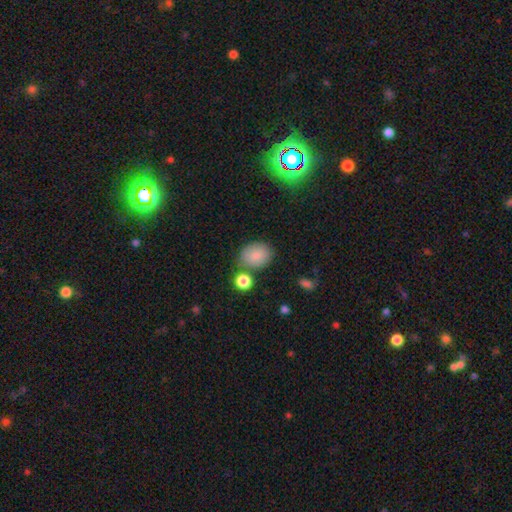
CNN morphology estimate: smooth 84%, star or artifact 9%, featured or disk 8%. Down the decision tree: how rounded — in between (53%); merging — none (71%).